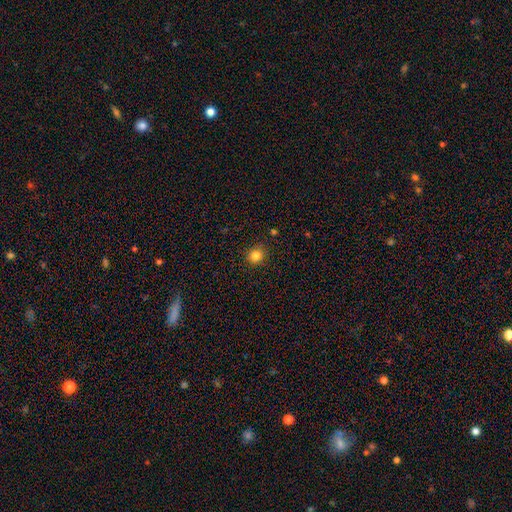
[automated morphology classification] Q: Smooth or featured?
A: smooth (83%); runner-up: star or artifact (12%)
Q: How rounded?
A: round (86%); runner-up: in between (14%)
Q: Merging?
A: none (88%); runner-up: minor disturbance (9%)